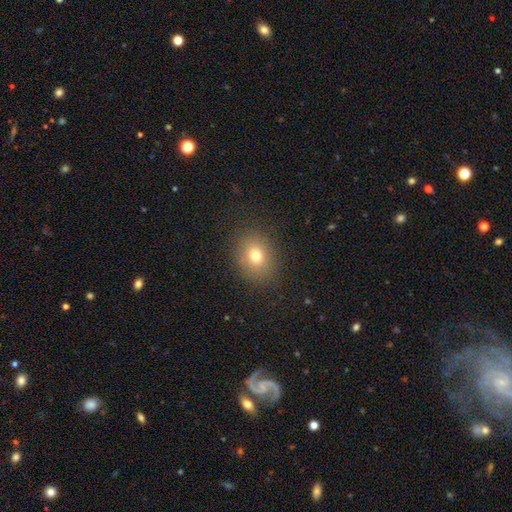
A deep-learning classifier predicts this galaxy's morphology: type=smooth (75%); roundness=round (57%); merging=none (86%).